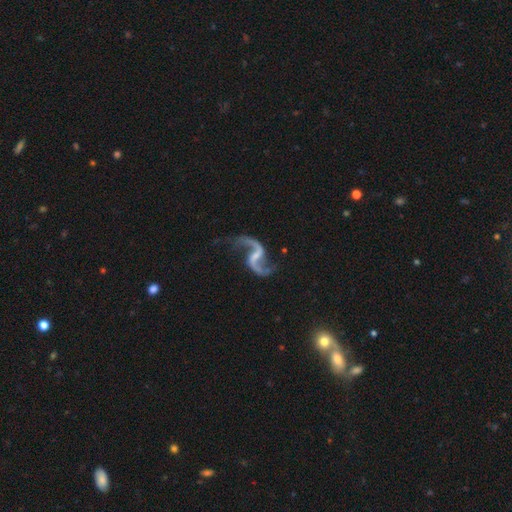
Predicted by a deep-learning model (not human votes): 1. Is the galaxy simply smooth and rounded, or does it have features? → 92% featured or disk, 5% star or artifact, 3% smooth.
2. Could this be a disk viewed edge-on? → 98% no, 2% yes.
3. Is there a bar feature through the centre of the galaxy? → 47% weak, 28% strong, 25% no.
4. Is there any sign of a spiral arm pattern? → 97% yes, 3% no.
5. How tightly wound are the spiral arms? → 87% loose, 11% medium, 3% tight.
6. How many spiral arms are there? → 94% 2, 2% 1, 1% can't tell, 1% 3, 1% 4, 1% more than 4.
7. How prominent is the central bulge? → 46% small, 39% none, 13% moderate, 2% large, 1% dominant.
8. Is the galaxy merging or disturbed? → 71% none, 15% minor disturbance, 11% major disturbance, 3% merger.